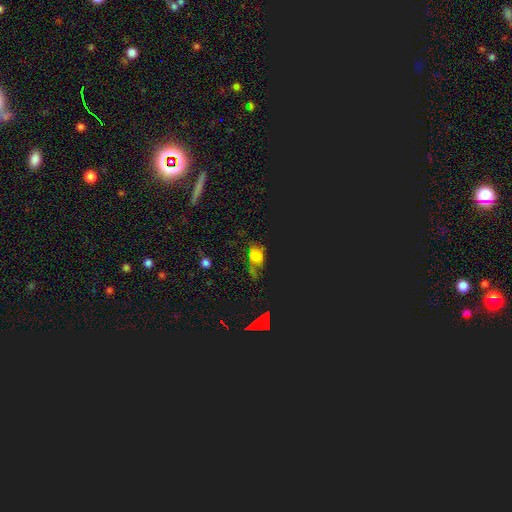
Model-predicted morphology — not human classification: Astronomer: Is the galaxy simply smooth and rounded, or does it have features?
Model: smooth — 42% (runner-up: star or artifact, 39%).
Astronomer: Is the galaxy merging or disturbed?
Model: none — 41% (runner-up: minor disturbance, 27%).